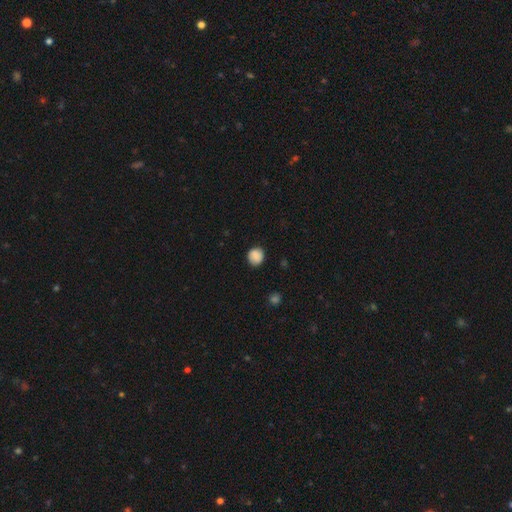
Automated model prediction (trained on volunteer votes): smooth_or_featured: smooth (p=0.87) [alt: star or artifact p=0.09]
how_rounded: round (p=0.85) [alt: in between p=0.14]
merging: none (p=0.85) [alt: minor disturbance p=0.11]